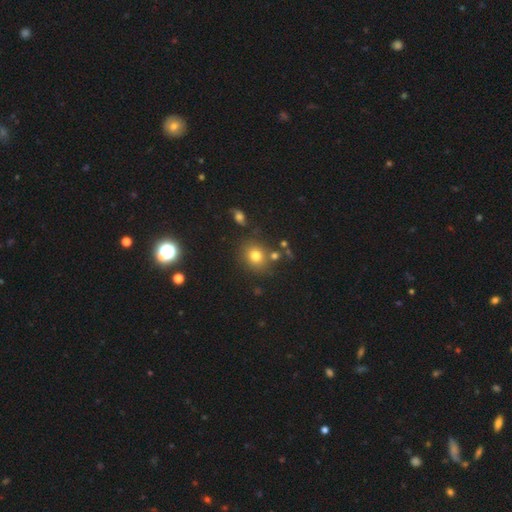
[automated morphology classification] This appears to be a smooth galaxy with no disk features (75%) that is round (70%). Merging: none (76%).